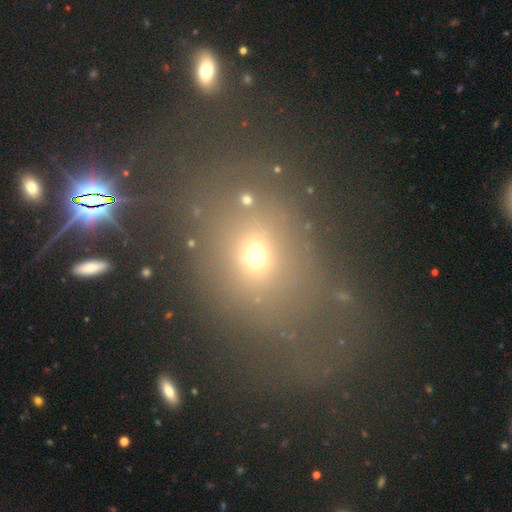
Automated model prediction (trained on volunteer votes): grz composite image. It shows a smooth galaxy with no disk features (57%) that is in between round and cigar-shaped (62%). Merging: none (59%).